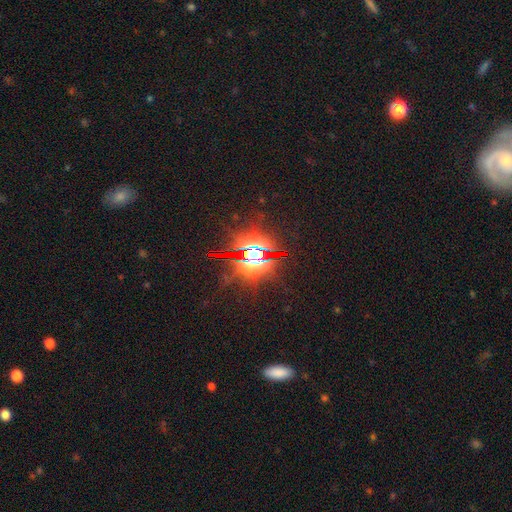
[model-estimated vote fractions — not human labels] Overall: star or artifact (79%).